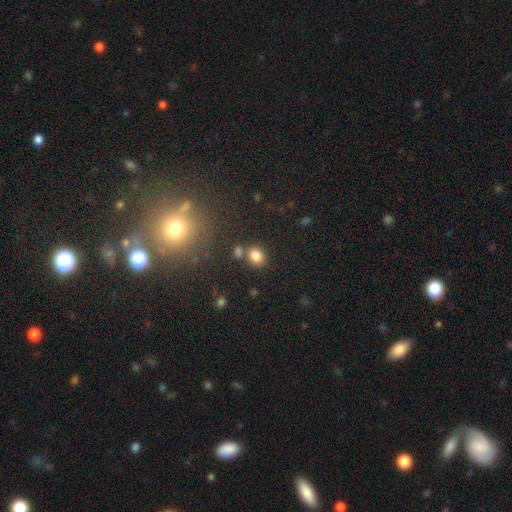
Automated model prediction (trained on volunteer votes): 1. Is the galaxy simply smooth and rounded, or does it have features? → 82% smooth, 12% star or artifact, 5% featured or disk.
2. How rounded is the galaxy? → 62% round, 37% in between, 1% cigar-shaped.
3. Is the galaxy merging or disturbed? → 72% none, 14% merger, 10% minor disturbance, 4% major disturbance.